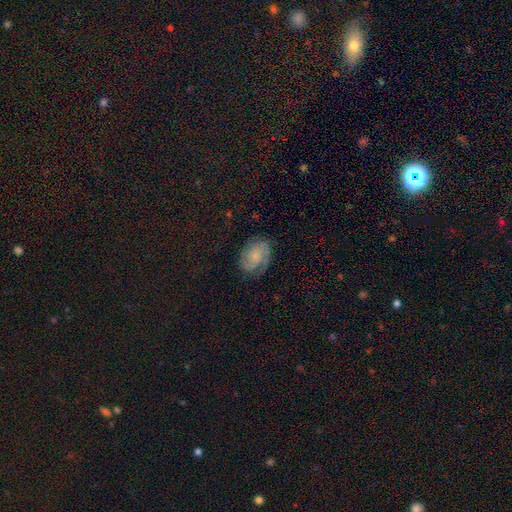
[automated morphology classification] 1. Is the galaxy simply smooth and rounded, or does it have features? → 62% featured or disk, 29% smooth, 9% star or artifact.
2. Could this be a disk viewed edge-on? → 97% no, 3% yes.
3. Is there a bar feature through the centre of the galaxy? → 72% no, 24% weak, 4% strong.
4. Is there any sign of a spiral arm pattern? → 92% yes, 8% no.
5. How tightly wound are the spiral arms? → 51% tight, 36% medium, 13% loose.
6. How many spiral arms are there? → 54% 2, 23% can't tell, 10% 1, 8% 3, 3% 4, 3% more than 4.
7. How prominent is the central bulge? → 61% small, 21% moderate, 14% none, 3% large, 1% dominant.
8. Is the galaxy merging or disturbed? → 70% none, 19% minor disturbance, 9% major disturbance, 1% merger.